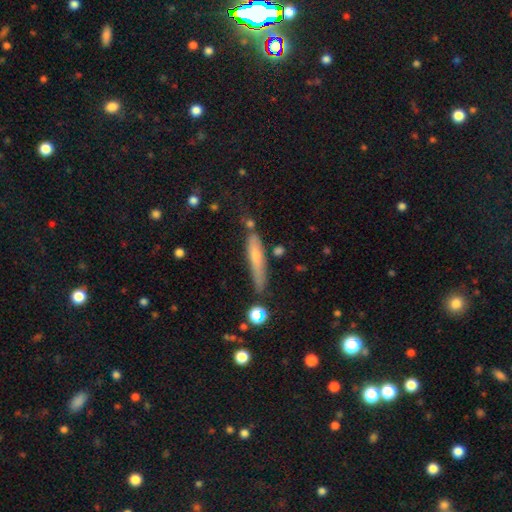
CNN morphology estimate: Smooth or featured: smooth — 57% (featured or disk — 34%)
How rounded: cigar-shaped — 88% (in between — 10%)
Merging: none — 63% (minor disturbance — 23%)